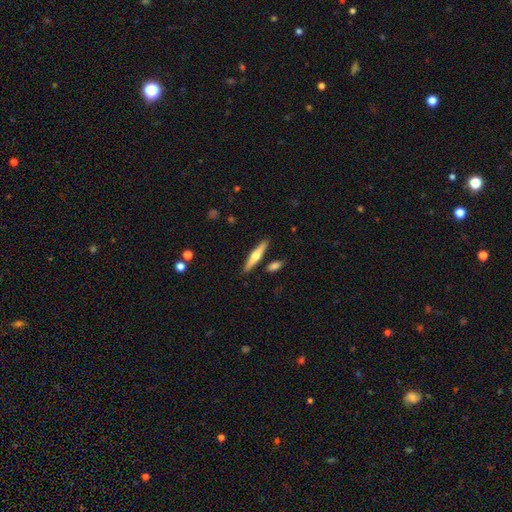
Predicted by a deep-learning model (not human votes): A featured or disk galaxy (52%) viewed edge-on (95%).

Vote fractions:
- Smooth or featured? featured or disk: 52% / smooth: 42% / star or artifact: 5%
- Edge-on disk? yes: 95% / no: 5%
- Merging? none: 87% / minor disturbance: 7% / merger: 4% / major disturbance: 2%